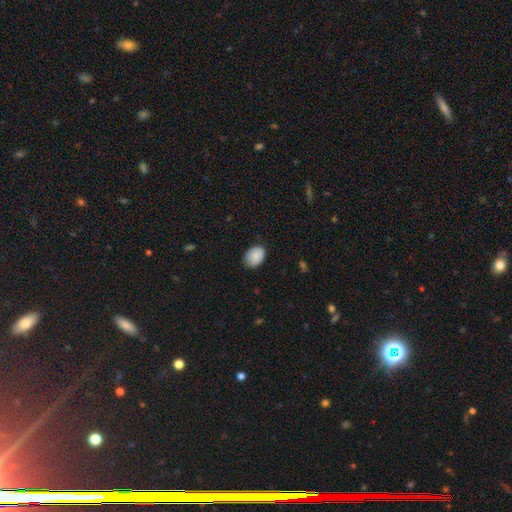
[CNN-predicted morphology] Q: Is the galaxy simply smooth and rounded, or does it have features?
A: smooth — 89%.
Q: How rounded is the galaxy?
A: in between — 72%.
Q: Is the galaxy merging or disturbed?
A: none — 80%.